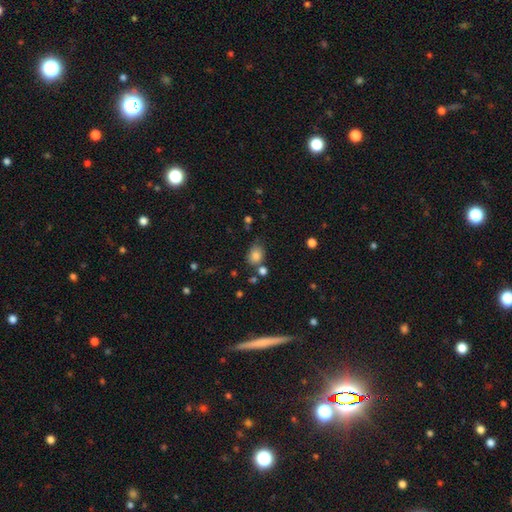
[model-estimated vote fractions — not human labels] Smooth or featured?
  - smooth: 82% *
  - star or artifact: 11%
  - featured or disk: 7%
How rounded?
  - in between: 55% *
  - round: 43%
  - cigar-shaped: 1%
Merging?
  - none: 64% *
  - minor disturbance: 20%
  - merger: 10%
  - major disturbance: 6%